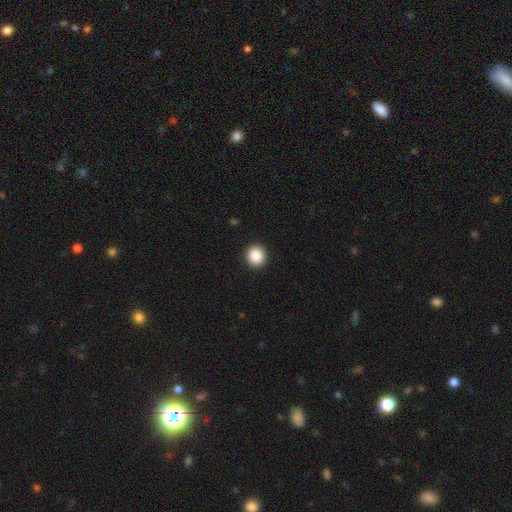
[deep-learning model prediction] smooth-or-featured: smooth: 88% | star or artifact: 9% | featured or disk: 3%
  how-rounded: round: 93% | in between: 6% | cigar-shaped: 1%
  merging: none: 93% | minor disturbance: 4% | major disturbance: 2% | merger: 1%